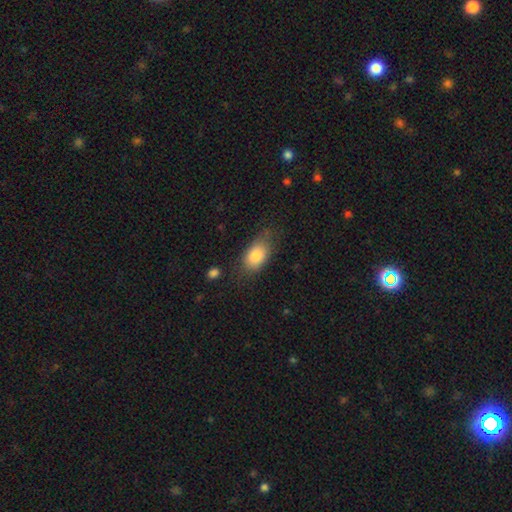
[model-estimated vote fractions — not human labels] Smooth or featured? Predicted: smooth (p=0.83). How rounded? Predicted: in between (p=0.88). Merging? Predicted: none (p=0.62).